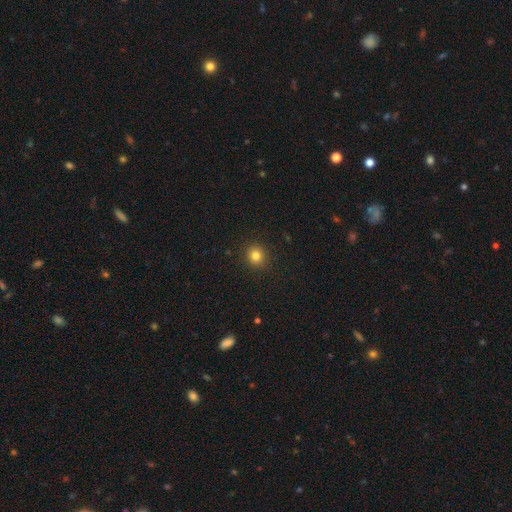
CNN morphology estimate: Smooth or featured: smooth — 81% (star or artifact — 13%)
How rounded: round — 91% (in between — 8%)
Merging: none — 92% (minor disturbance — 5%)